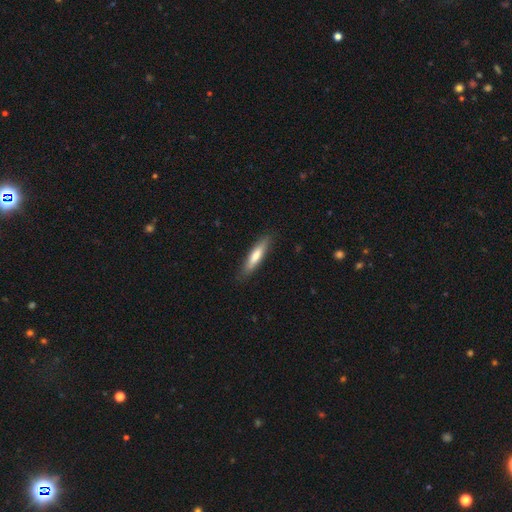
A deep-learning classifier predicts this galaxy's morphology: Overall: smooth (69%). How rounded: cigar-shaped (81%). Merging: none (84%).